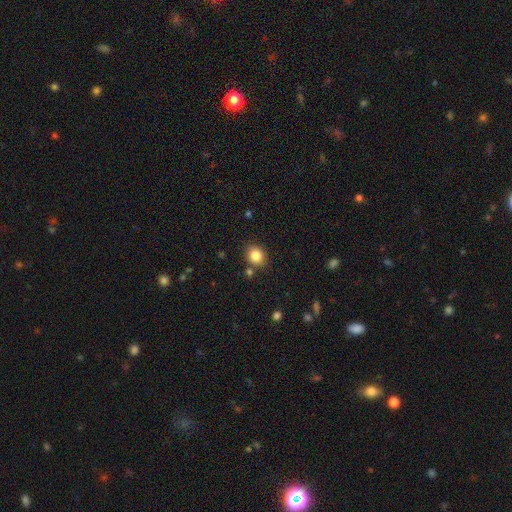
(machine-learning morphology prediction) type=smooth (85%); roundness=round (66%); merging=none (81%).